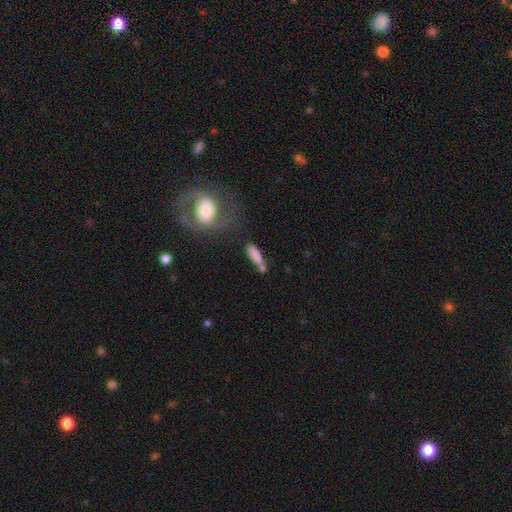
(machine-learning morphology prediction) This is clearly a smooth galaxy (80%). How rounded: possibly cigar-shaped (53%). Merging: possibly none (46%).